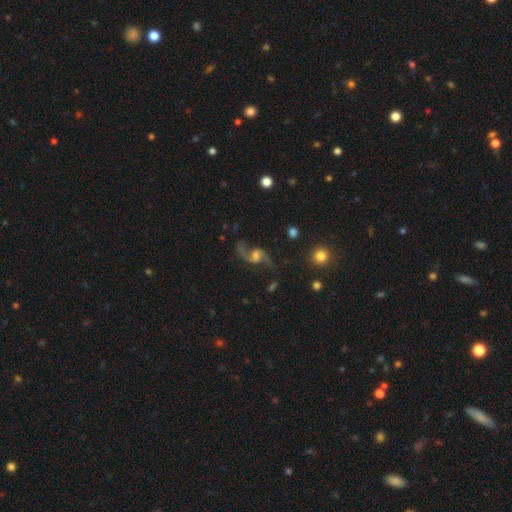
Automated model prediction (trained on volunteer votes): The model was most divided on "bar": no: 54%, weak: 37%, strong: 9%. Remaining: edge-on disk — no (97%); spiral arms — yes (97%); spiral arm count — 2 (92%); smooth or featured — featured or disk (88%); spiral winding — loose (77%); merging — none (72%); bulge size — moderate (49%).